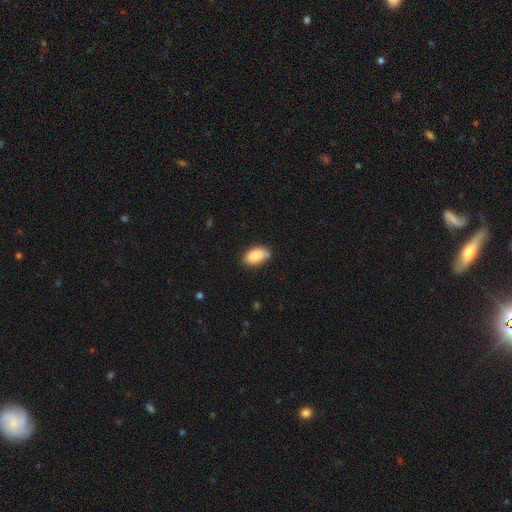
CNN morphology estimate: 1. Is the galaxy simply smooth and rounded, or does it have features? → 87% smooth, 7% star or artifact, 6% featured or disk.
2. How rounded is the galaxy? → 94% in between, 5% round, 2% cigar-shaped.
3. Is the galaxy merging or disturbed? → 78% none, 18% minor disturbance, 3% major disturbance, 2% merger.